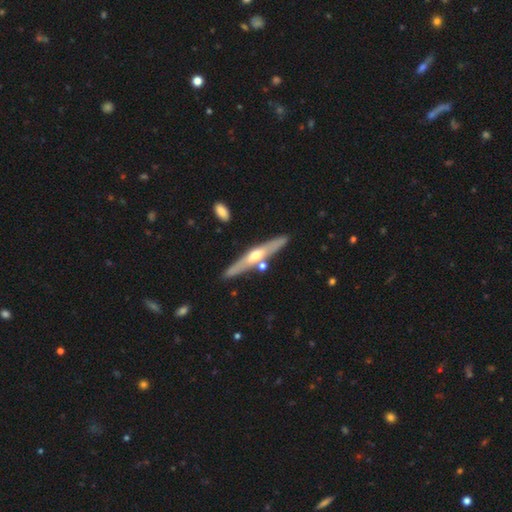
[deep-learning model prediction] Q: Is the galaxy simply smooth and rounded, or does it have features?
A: featured or disk — 63%.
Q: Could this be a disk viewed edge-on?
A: yes — 91%.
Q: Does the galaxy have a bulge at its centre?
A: rounded — 85%.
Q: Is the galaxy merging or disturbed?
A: none — 82%.